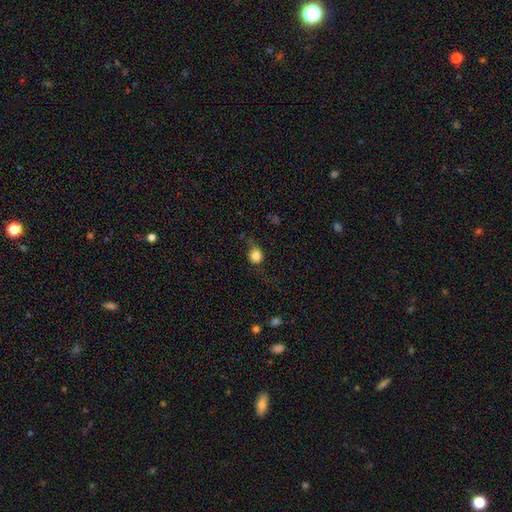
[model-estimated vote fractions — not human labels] Smooth or featured? smooth (79%)
How rounded? round (79%)
Merging? none (57%)